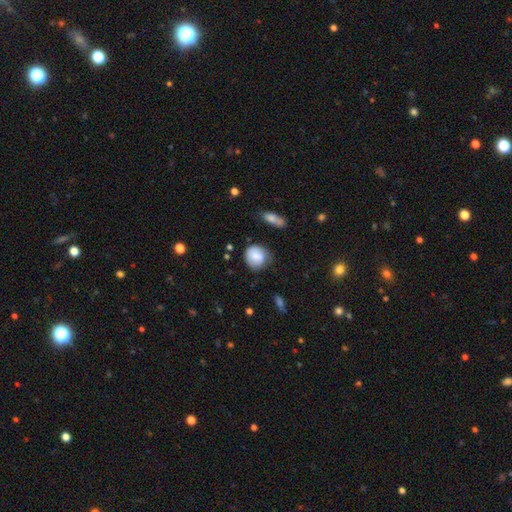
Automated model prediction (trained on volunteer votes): smooth-or-featured: smooth: 78% | featured or disk: 15% | star or artifact: 7%
  how-rounded: round: 80% | in between: 19% | cigar-shaped: 1%
  merging: none: 57% | minor disturbance: 30% | major disturbance: 9% | merger: 3%